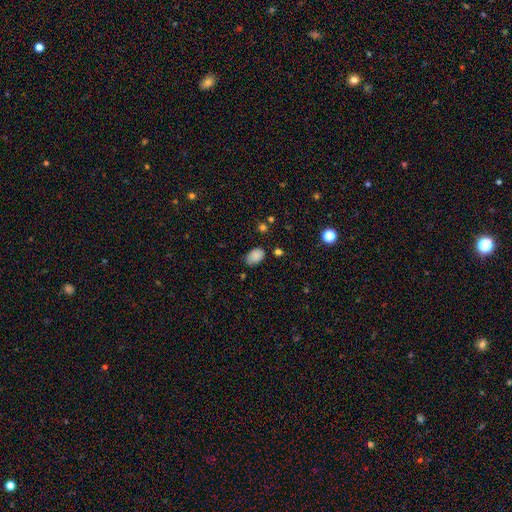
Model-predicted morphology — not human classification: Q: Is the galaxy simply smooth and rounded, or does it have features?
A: smooth — 85%.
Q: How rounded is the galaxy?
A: in between — 89%.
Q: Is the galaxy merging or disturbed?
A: none — 72%.